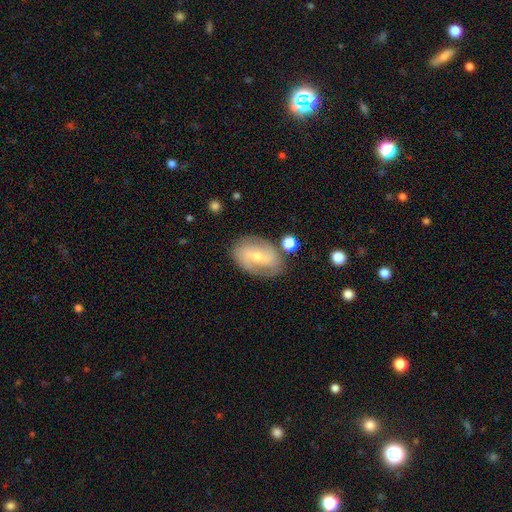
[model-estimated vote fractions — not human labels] smooth_or_featured: featured or disk (p=0.67) [alt: smooth p=0.26]
disk_edge_on: no (p=0.94) [alt: yes p=0.06]
bar: weak (p=0.41) [alt: strong p=0.31]
has_spiral_arms: yes (p=0.79) [alt: no p=0.21]
bulge_size: small (p=0.63) [alt: moderate p=0.33]
merging: none (p=0.74) [alt: minor disturbance p=0.16]